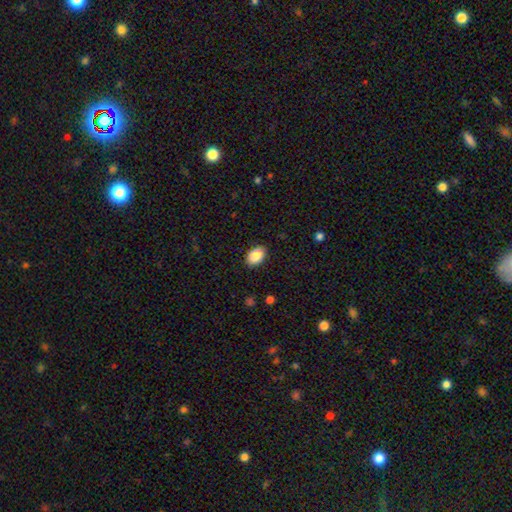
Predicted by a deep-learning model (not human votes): Morphology: type=smooth (88%); roundness=in between (86%); merging=none (87%).